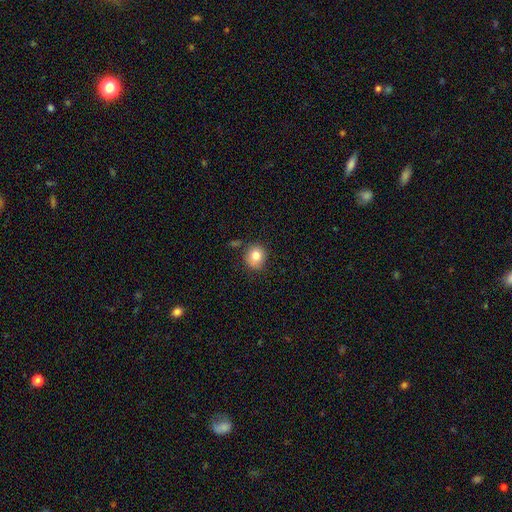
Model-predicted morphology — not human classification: The model was most divided on "merging": none: 74%, minor disturbance: 17%, merger: 5%, major disturbance: 4%. More confident: smooth or featured — smooth (81%); how rounded — round (81%).